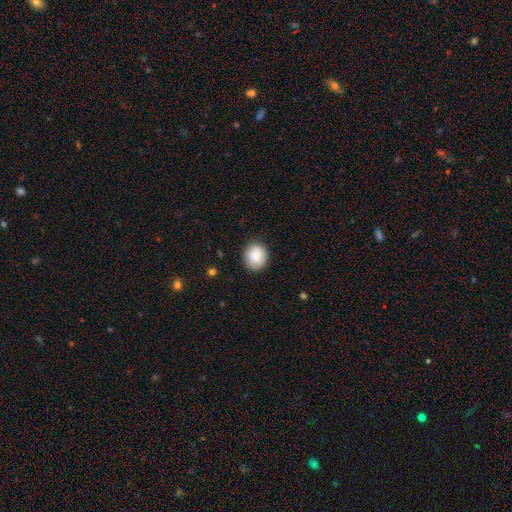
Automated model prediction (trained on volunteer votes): Morphology: type=smooth (82%); roundness=round (71%); merging=none (82%).